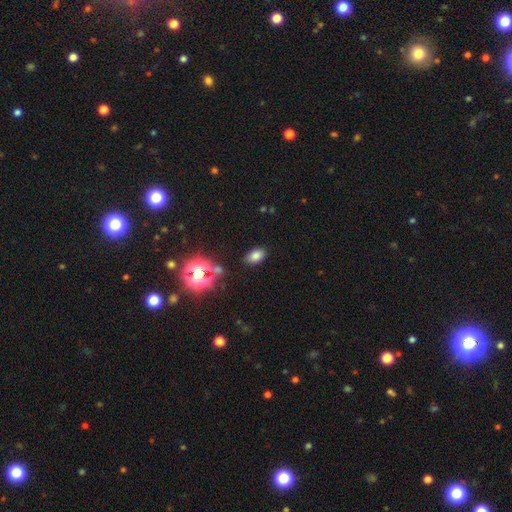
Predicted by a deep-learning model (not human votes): This appears to be a smooth galaxy with no disk features (74%) that is in between round and cigar-shaped (85%). Merging: none (83%).